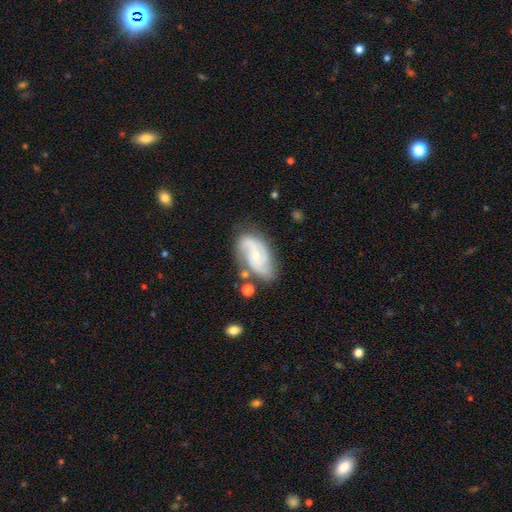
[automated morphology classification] Overall: featured or disk (81%). Edge-on disk: no (96%). Bar: no (55%; weak 36%). Spiral arms: yes (95%). Spiral arm count: 2 (63%). Spiral winding: medium (47%; tight 34%). Bulge size: small (60%; moderate 36%). Merging: none (67%).